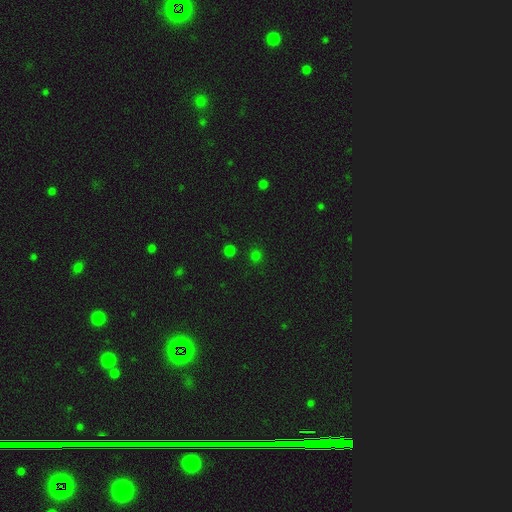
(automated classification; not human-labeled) Smooth or featured: smooth — 70% (star or artifact — 26%)
How rounded: round — 91% (in between — 8%)
Merging: none — 88% (minor disturbance — 7%)